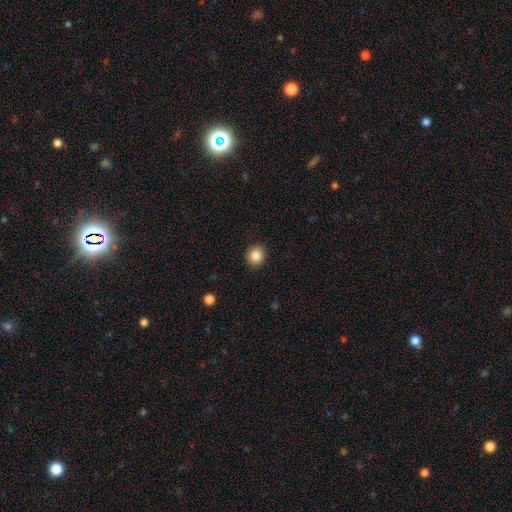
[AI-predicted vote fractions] A smooth galaxy with no disk features (86%) that is round (83%).

Vote fractions:
- Smooth or featured? smooth: 86% / star or artifact: 9% / featured or disk: 4%
- How rounded? round: 83% / in between: 16% / cigar-shaped: 1%
- Merging? none: 91% / minor disturbance: 6% / major disturbance: 2% / merger: 1%